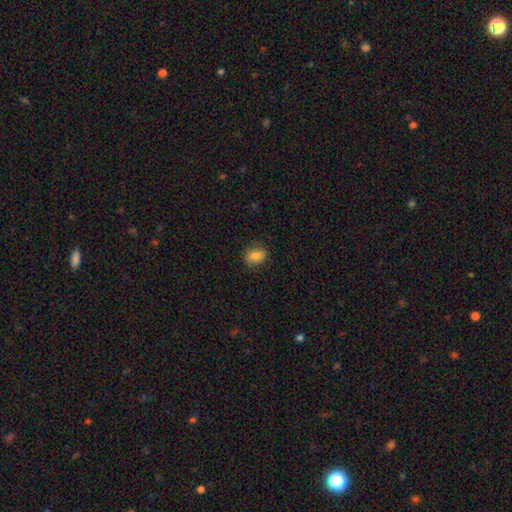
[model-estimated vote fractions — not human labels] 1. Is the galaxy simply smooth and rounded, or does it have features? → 82% smooth, 9% star or artifact, 9% featured or disk.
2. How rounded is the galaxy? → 64% in between, 35% round, 2% cigar-shaped.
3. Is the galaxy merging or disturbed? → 82% none, 14% minor disturbance, 3% major disturbance, 1% merger.